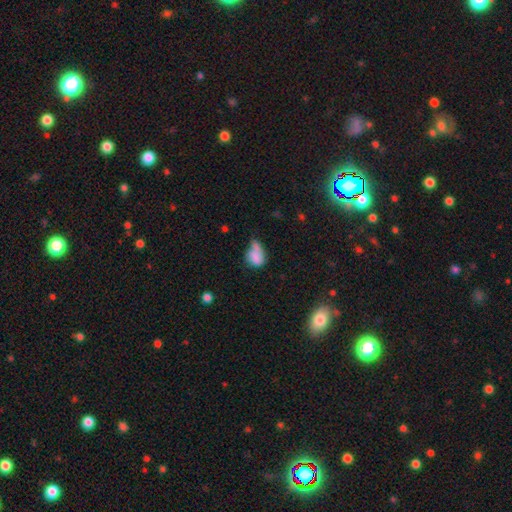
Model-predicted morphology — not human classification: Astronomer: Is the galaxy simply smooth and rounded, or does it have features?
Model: smooth — 73%.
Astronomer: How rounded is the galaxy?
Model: in between — 74%.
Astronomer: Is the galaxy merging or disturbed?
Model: minor disturbance — 30% (runner-up: none, 26%).